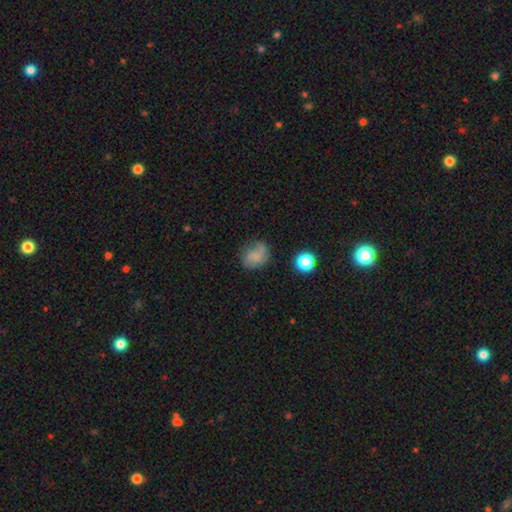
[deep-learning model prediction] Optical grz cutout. It shows a smooth galaxy with no disk features (61%) that is round (66%). Merging: none (51%).